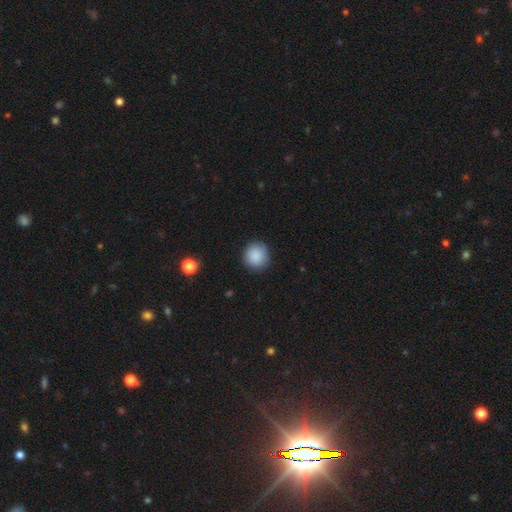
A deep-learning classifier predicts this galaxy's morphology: smooth-or-featured: smooth: 89% | star or artifact: 8% | featured or disk: 4%
  how-rounded: round: 89% | in between: 10% | cigar-shaped: 1%
  merging: none: 87% | minor disturbance: 9% | major disturbance: 2% | merger: 1%